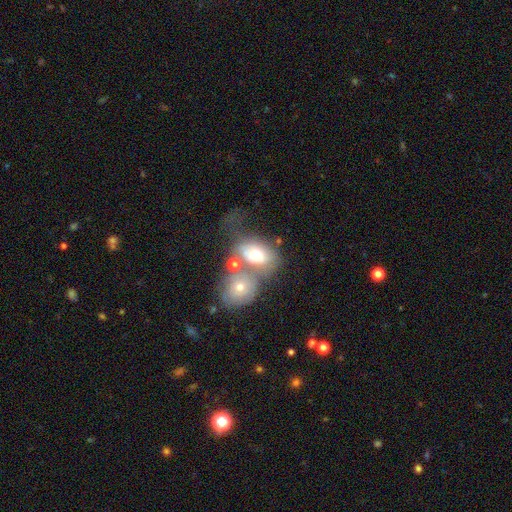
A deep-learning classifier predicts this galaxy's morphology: Q: Smooth or featured?
A: smooth (59%); runner-up: featured or disk (31%)
Q: How rounded?
A: in between (70%); runner-up: round (28%)
Q: Merging?
A: merger (50%); runner-up: none (23%)